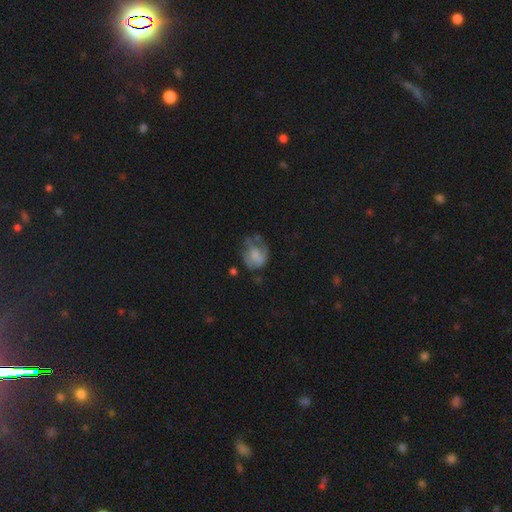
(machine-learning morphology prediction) Smooth or featured? Predicted: smooth (p=0.51). How rounded? Predicted: round (p=0.60). Merging? Predicted: none (p=0.39).